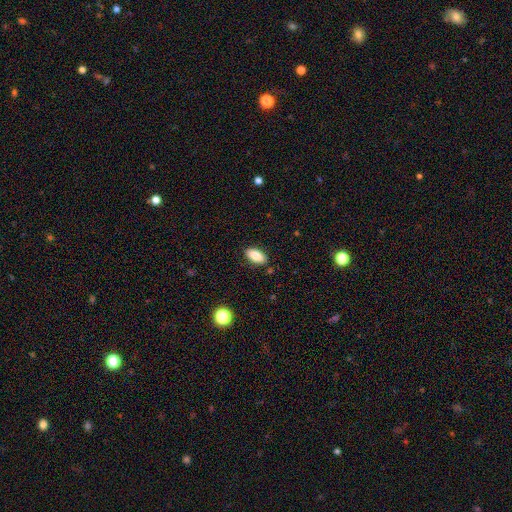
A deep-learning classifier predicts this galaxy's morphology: This is clearly a smooth galaxy (86%). How rounded: clearly in between (88%). Merging: clearly none (87%).